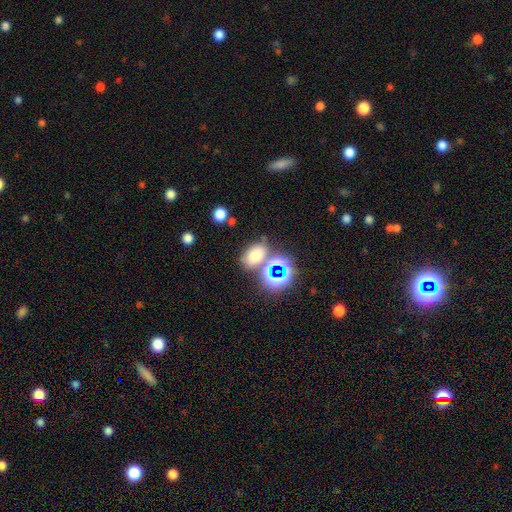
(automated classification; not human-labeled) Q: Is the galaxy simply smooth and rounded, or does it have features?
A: smooth — 66%.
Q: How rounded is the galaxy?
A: in between — 74%.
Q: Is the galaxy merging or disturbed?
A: none — 60%.